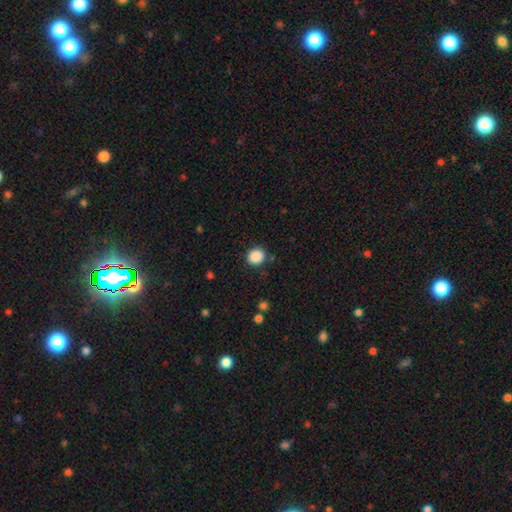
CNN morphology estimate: Smooth or featured? Predicted: smooth (p=0.88). How rounded? Predicted: round (p=0.80). Merging? Predicted: none (p=0.86).